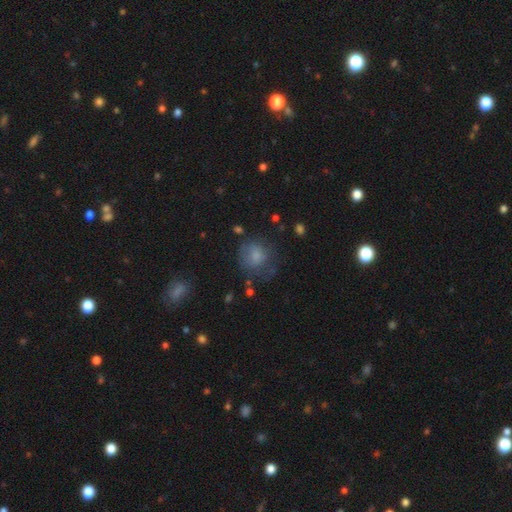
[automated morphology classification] type=smooth (71%); roundness=round (78%); merging=none (54%).